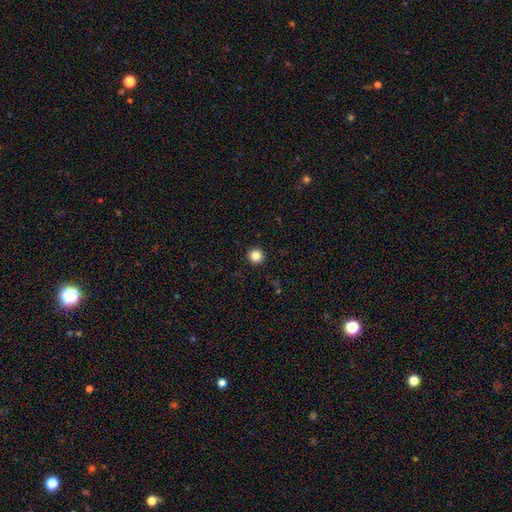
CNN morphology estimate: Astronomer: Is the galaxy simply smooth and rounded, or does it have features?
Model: smooth — 85%.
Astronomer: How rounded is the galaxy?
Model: round — 95%.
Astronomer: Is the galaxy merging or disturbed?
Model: none — 93%.